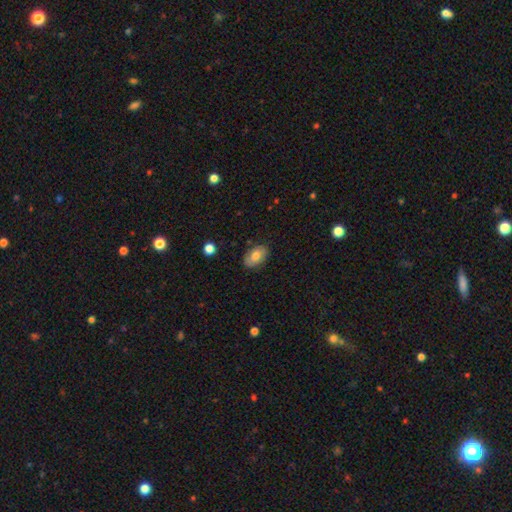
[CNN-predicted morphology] smooth 75%, featured or disk 18%, star or artifact 7%. Down the decision tree: how rounded — in between (90%); merging — none (83%).